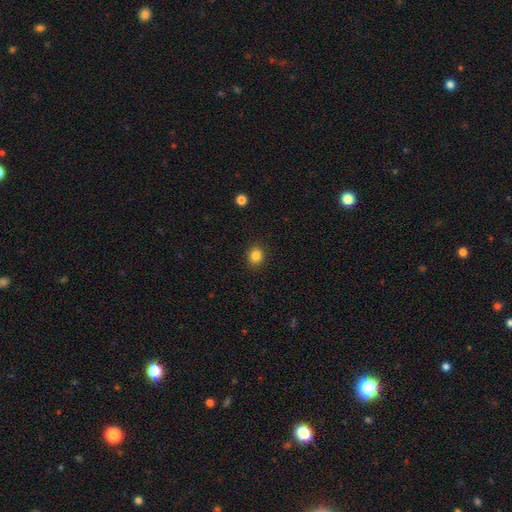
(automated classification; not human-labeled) A smooth galaxy with no disk features (85%) that is round (78%). Merging: none (91%).